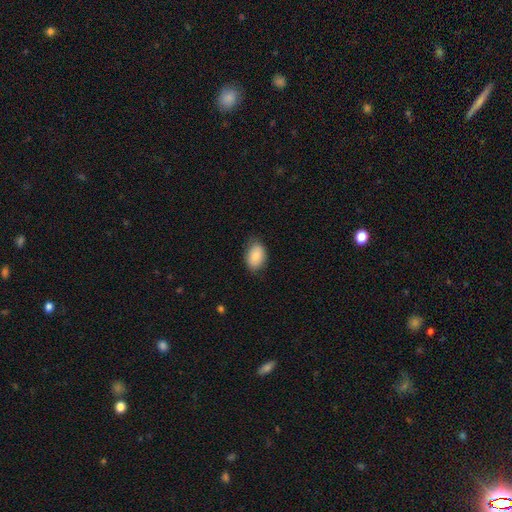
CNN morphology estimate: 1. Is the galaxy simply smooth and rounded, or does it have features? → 84% smooth, 9% featured or disk, 7% star or artifact.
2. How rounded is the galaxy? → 85% in between, 14% round, 1% cigar-shaped.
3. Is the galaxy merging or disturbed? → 78% none, 17% minor disturbance, 3% major disturbance, 1% merger.